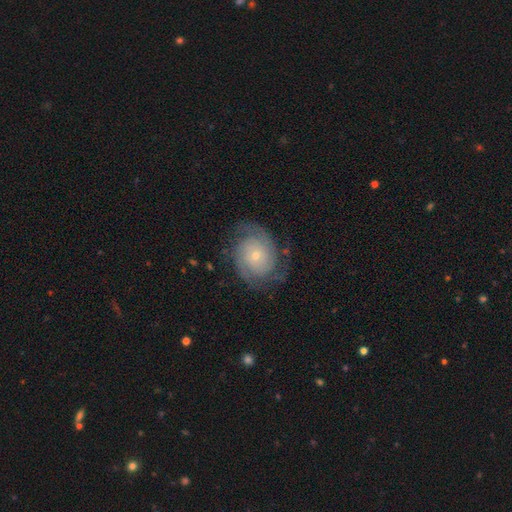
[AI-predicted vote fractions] Morphology: type=featured or disk (84%); edge-on=no (98%); bar=no (79%); spiral arms=yes (96%); winding=tight (58%); arm count=2 (67%); bulge=small (73%); merging=none (75%).